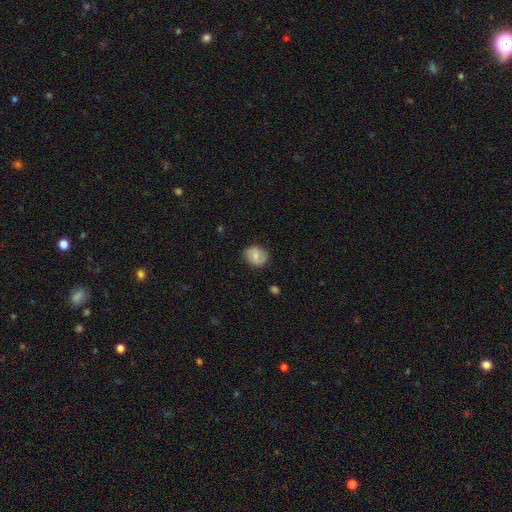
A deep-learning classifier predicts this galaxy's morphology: Overall: smooth (62%; featured or disk 31%). How rounded: round (59%; in between 40%). Merging: none (84%).